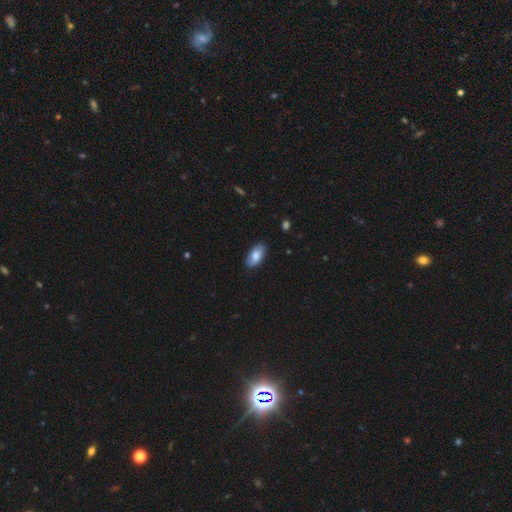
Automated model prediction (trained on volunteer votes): A smooth galaxy with no disk features (78%) that is in between round and cigar-shaped (93%).

Vote fractions:
- Smooth or featured? smooth: 78% / featured or disk: 15% / star or artifact: 6%
- How rounded? in between: 93% / cigar-shaped: 4% / round: 3%
- Merging? none: 85% / minor disturbance: 12% / major disturbance: 2% / merger: 1%